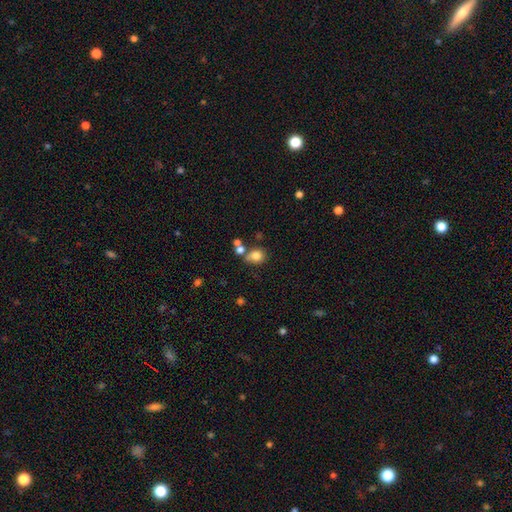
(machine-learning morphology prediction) type=smooth (80%); roundness=round (67%); merging=none (56%).